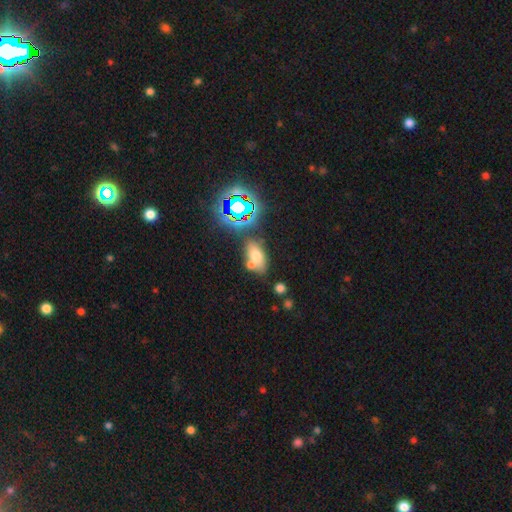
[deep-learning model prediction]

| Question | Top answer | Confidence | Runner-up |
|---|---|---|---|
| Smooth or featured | smooth | 61% | star or artifact (21%) |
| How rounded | in between | 85% | round (10%) |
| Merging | none | 53% | merger (27%) |